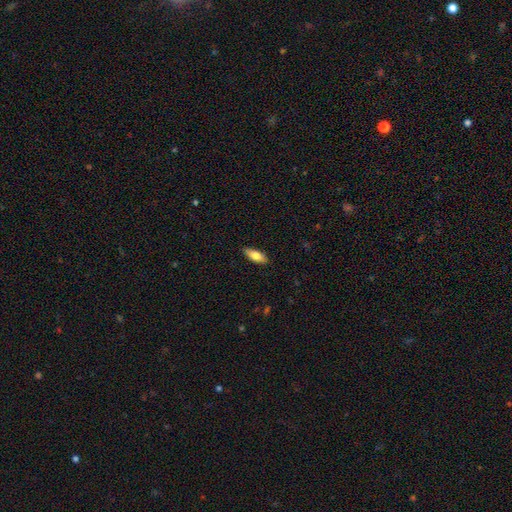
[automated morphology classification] Smooth or featured: smooth — 73% (featured or disk — 21%)
How rounded: in between — 70% (cigar-shaped — 28%)
Merging: none — 86% (minor disturbance — 11%)